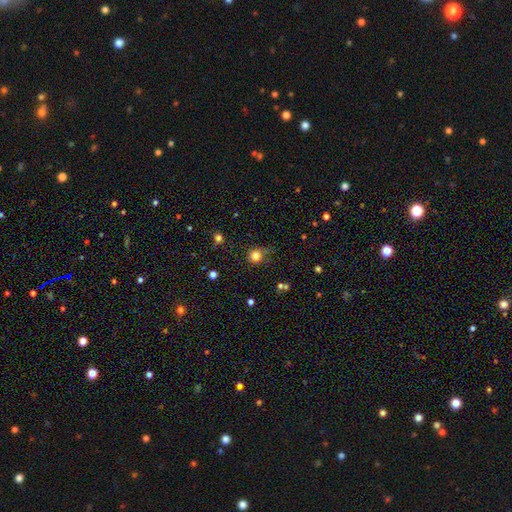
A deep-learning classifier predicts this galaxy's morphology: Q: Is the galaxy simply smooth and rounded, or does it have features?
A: smooth — 79%.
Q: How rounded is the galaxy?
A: round — 90%.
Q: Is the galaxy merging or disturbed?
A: none — 70%.